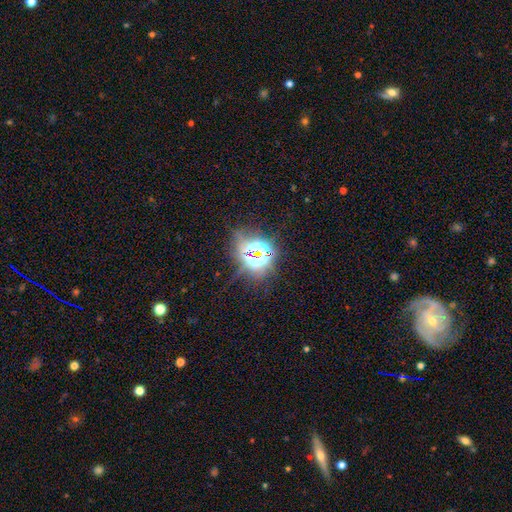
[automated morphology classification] A star or artifact, not a galaxy (71%).